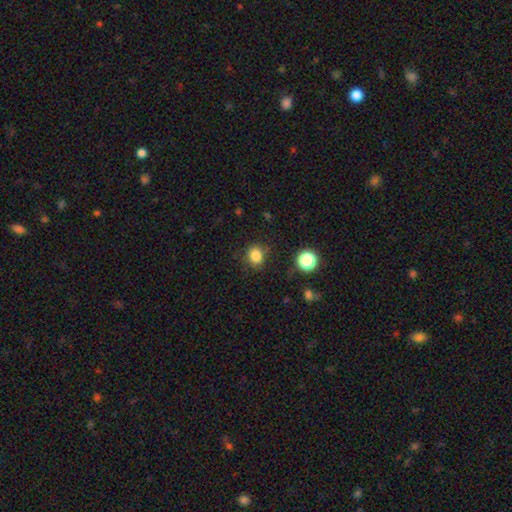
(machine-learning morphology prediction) type=smooth (83%); roundness=round (66%); merging=none (81%).